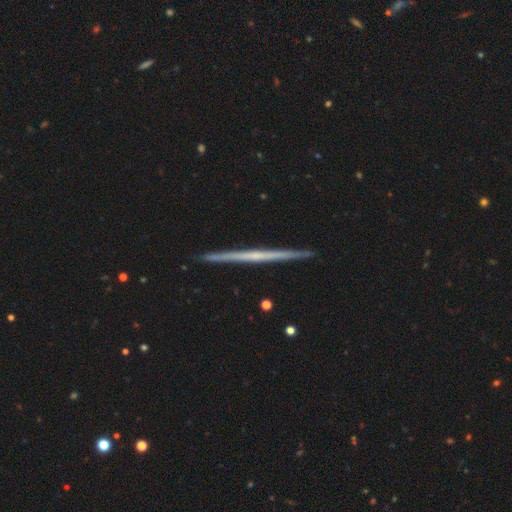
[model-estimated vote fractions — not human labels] A featured or disk galaxy (72%) viewed edge-on (98%) with no central bulge (82%). Merging: none (93%).